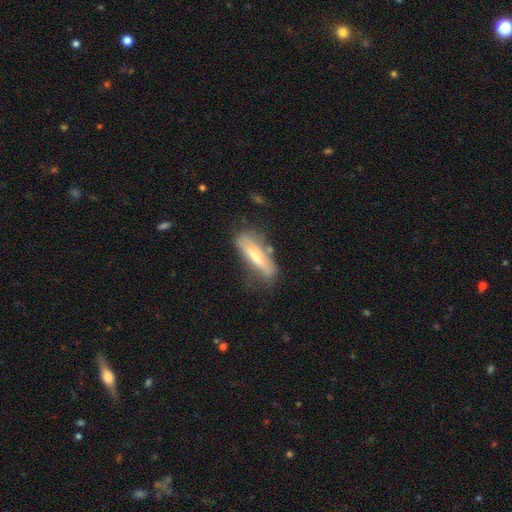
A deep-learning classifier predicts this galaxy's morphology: This is possibly a smooth galaxy (51%). How rounded: possibly cigar-shaped (56%). Merging: possibly none (55%).